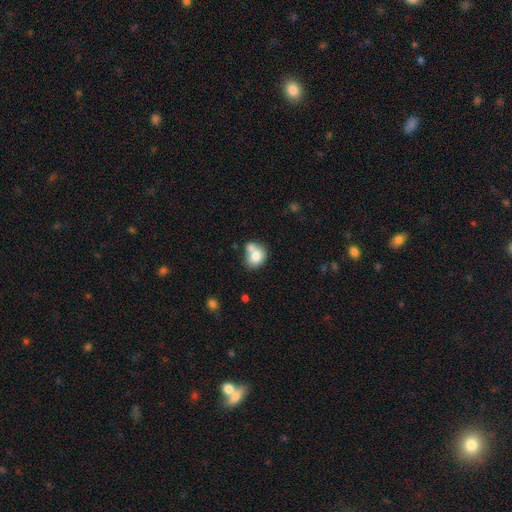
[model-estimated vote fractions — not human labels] smooth_or_featured: smooth (p=0.76) [alt: featured or disk p=0.15]
how_rounded: round (p=0.52) [alt: in between p=0.47]
merging: merger (p=0.47) [alt: none p=0.35]